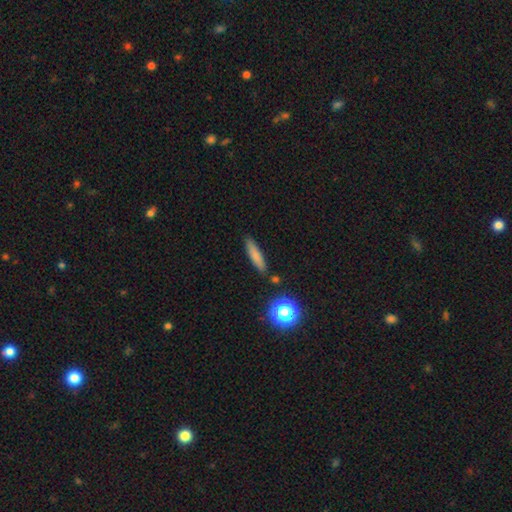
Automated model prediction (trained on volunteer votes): Q: Smooth or featured?
A: smooth (76%); runner-up: featured or disk (13%)
Q: How rounded?
A: cigar-shaped (82%); runner-up: in between (15%)
Q: Merging?
A: none (85%); runner-up: minor disturbance (9%)